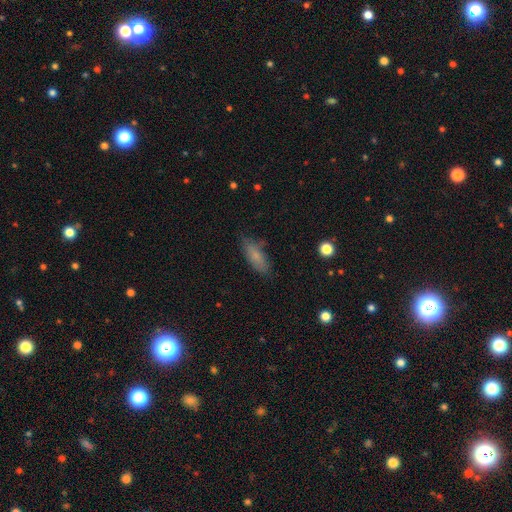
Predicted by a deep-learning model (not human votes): smooth-or-featured: smooth: 75% | featured or disk: 17% | star or artifact: 8%
  how-rounded: in between: 64% | cigar-shaped: 34% | round: 2%
  merging: none: 75% | minor disturbance: 19% | major disturbance: 4% | merger: 2%